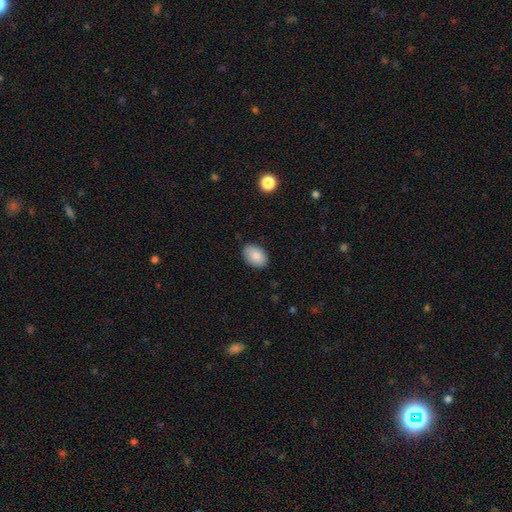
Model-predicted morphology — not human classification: Overall: smooth (87%). How rounded: in between (86%). Merging: none (84%).